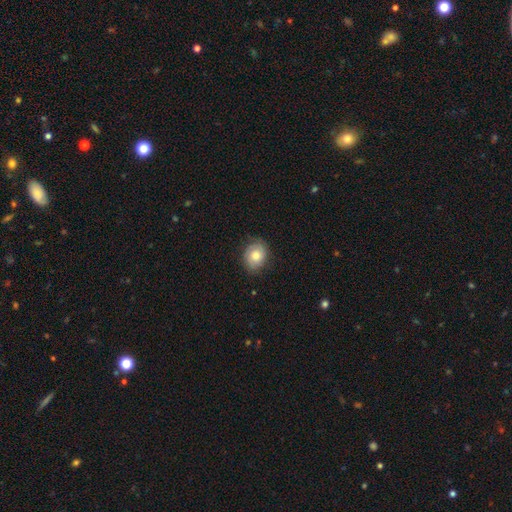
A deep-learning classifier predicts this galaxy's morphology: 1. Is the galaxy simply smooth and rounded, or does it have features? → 70% smooth, 22% featured or disk, 8% star or artifact.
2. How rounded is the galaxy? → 53% round, 46% in between, 1% cigar-shaped.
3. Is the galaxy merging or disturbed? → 79% none, 16% minor disturbance, 4% major disturbance, 1% merger.